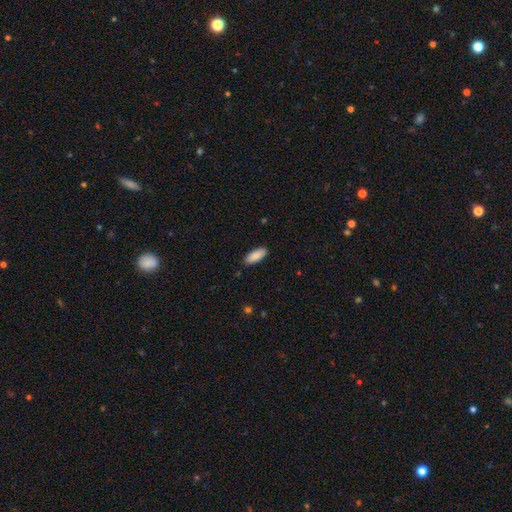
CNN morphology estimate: The model was most divided on "how rounded": in between: 81%, cigar-shaped: 17%, round: 2%. More confident: smooth or featured — smooth (88%); merging — none (87%).